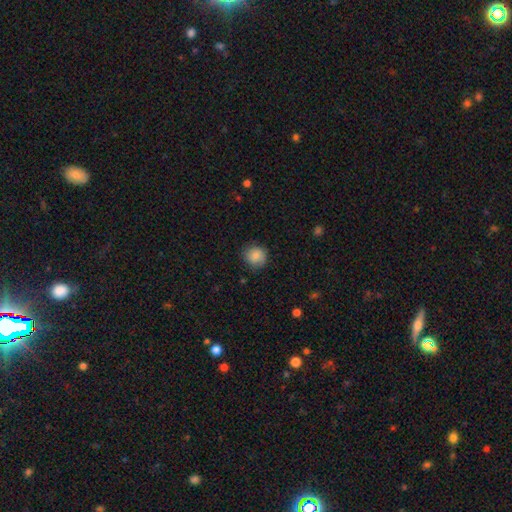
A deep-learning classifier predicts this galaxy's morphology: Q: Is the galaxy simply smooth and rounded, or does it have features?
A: smooth — 82%.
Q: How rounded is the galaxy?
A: round — 86%.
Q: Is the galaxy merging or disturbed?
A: none — 80%.